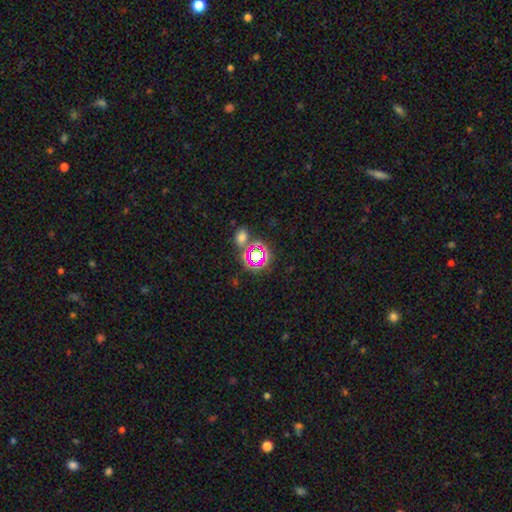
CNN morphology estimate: smooth-or-featured: star or artifact: 55% | smooth: 34% | featured or disk: 11%